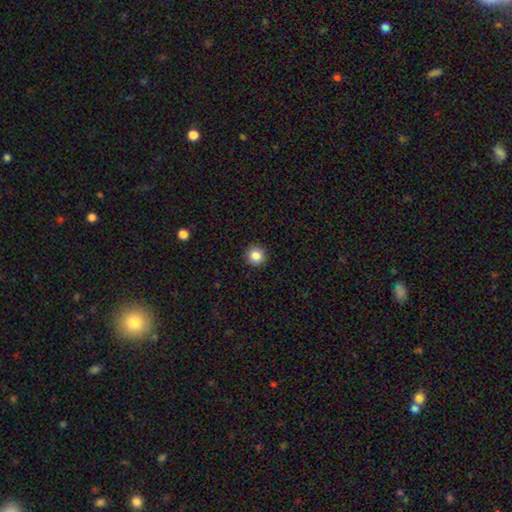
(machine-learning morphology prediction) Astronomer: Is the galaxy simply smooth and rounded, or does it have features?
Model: smooth — 85%.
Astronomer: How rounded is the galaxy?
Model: round — 95%.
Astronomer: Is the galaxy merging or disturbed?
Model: none — 93%.